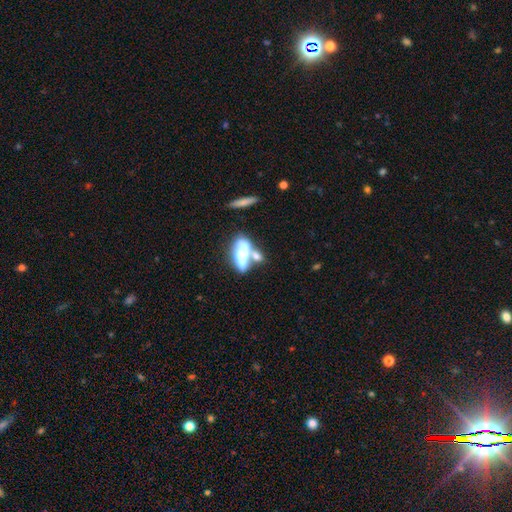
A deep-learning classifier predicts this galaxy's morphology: smooth 51%, featured or disk 40%, star or artifact 9%. Down the decision tree: how rounded — in between (79%); merging — merger (54%).